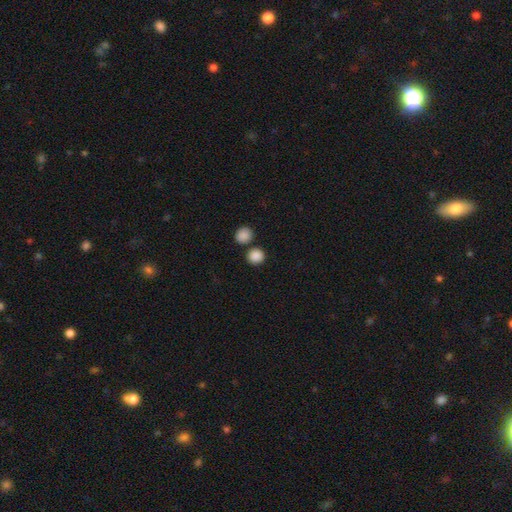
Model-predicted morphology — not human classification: smooth_or_featured: smooth (p=0.88) [alt: star or artifact p=0.09]
how_rounded: round (p=0.87) [alt: in between p=0.12]
merging: none (p=0.76) [alt: merger p=0.14]